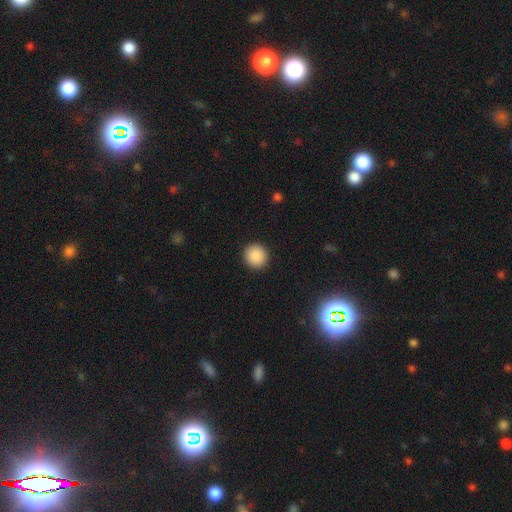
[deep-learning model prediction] Q: Smooth or featured?
A: smooth (89%); runner-up: star or artifact (8%)
Q: How rounded?
A: round (93%); runner-up: in between (6%)
Q: Merging?
A: none (92%); runner-up: minor disturbance (5%)